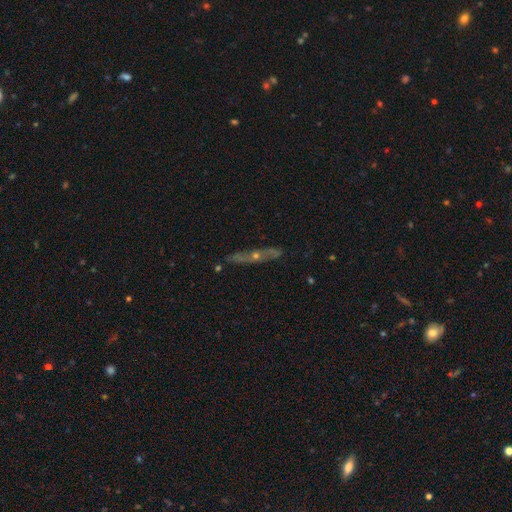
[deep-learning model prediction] The model was most divided on "smooth or featured": featured or disk: 71%, smooth: 20%, star or artifact: 9%. More confident: merging — none (82%); edge-on bulge — rounded (81%); edge-on disk — yes (80%).